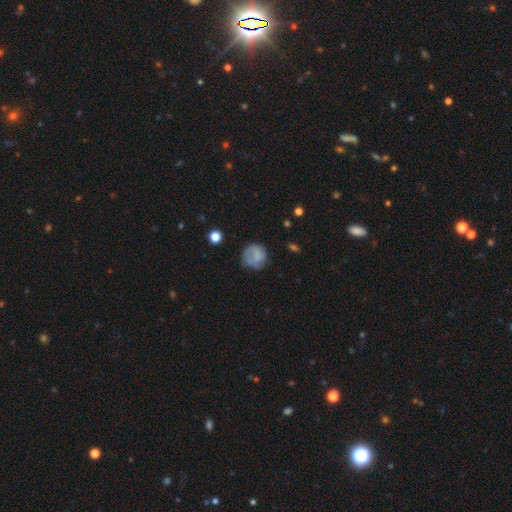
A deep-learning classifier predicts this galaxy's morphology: Q: Smooth or featured?
A: smooth (66%); runner-up: featured or disk (24%)
Q: How rounded?
A: round (83%); runner-up: in between (16%)
Q: Merging?
A: none (58%); runner-up: minor disturbance (24%)